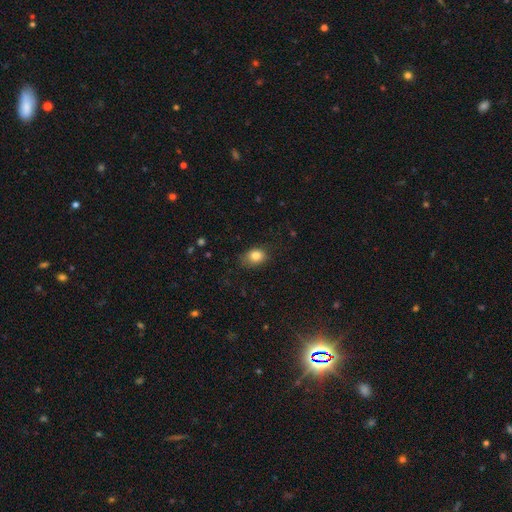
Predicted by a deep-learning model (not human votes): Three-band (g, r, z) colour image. It shows a smooth galaxy with no disk features (82%) that is in between round and cigar-shaped (65%). Merging: none (71%).